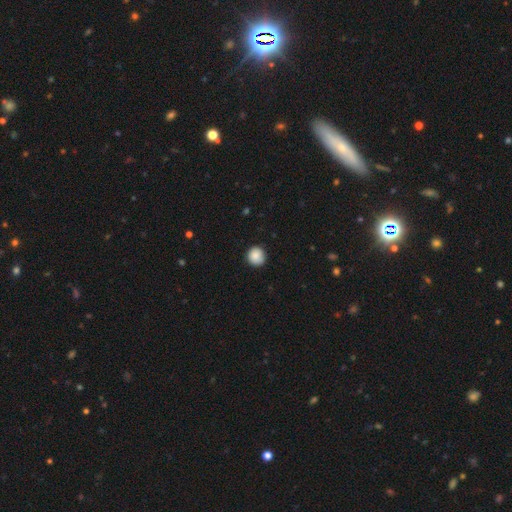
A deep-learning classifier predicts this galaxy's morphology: This appears to be a smooth galaxy with no disk features (88%) that is round (94%). Merging: none (89%).